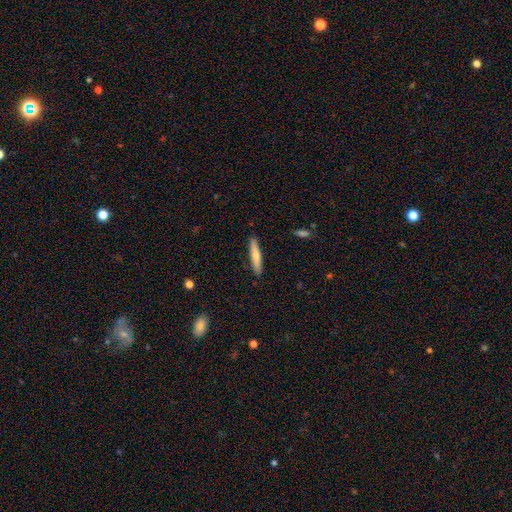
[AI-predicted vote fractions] smooth 64%, featured or disk 30%, star or artifact 6%. Down the decision tree: how rounded — cigar-shaped (91%); merging — none (89%).